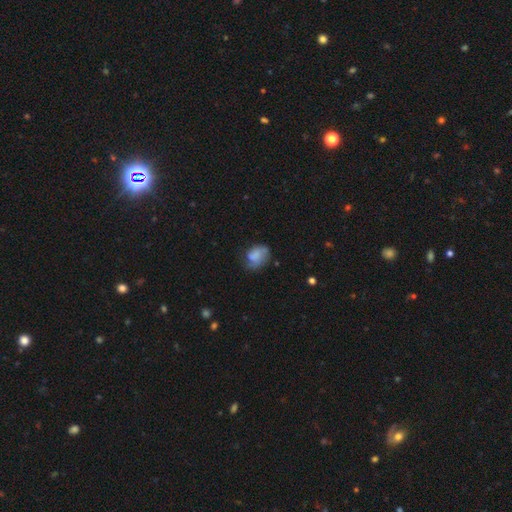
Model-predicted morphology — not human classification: smooth 60%, featured or disk 30%, star or artifact 10%. Down the decision tree: how rounded — in between (67%); merging — none (44%).